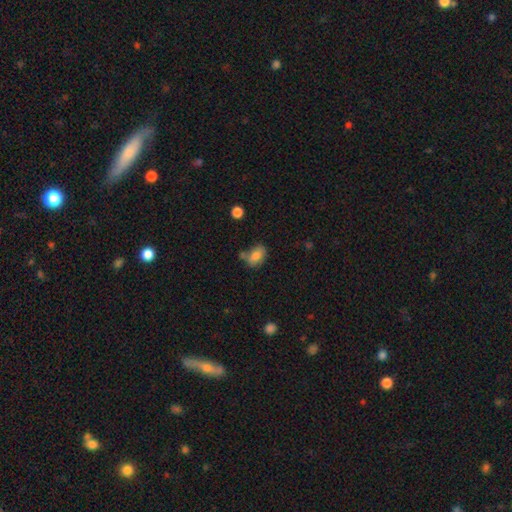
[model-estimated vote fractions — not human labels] Smooth or featured?
  - smooth: 80% *
  - featured or disk: 11%
  - star or artifact: 9%
How rounded?
  - in between: 85% *
  - round: 13%
  - cigar-shaped: 2%
Merging?
  - none: 59% *
  - minor disturbance: 19%
  - merger: 16%
  - major disturbance: 5%